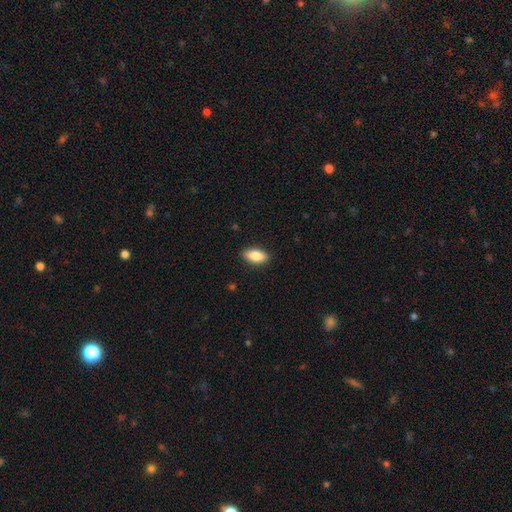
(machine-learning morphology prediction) A smooth galaxy with no disk features (84%) that is in between round and cigar-shaped (88%).

Vote fractions:
- Smooth or featured? smooth: 84% / featured or disk: 9% / star or artifact: 7%
- How rounded? in between: 88% / cigar-shaped: 9% / round: 3%
- Merging? none: 88% / minor disturbance: 9% / major disturbance: 2% / merger: 1%